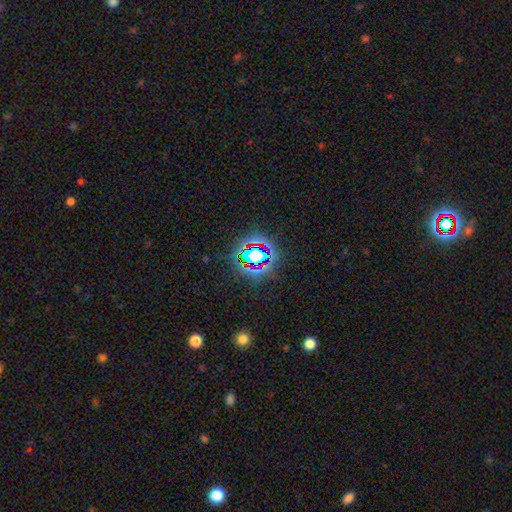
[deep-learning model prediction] Smooth or featured? Predicted: star or artifact (p=0.68).